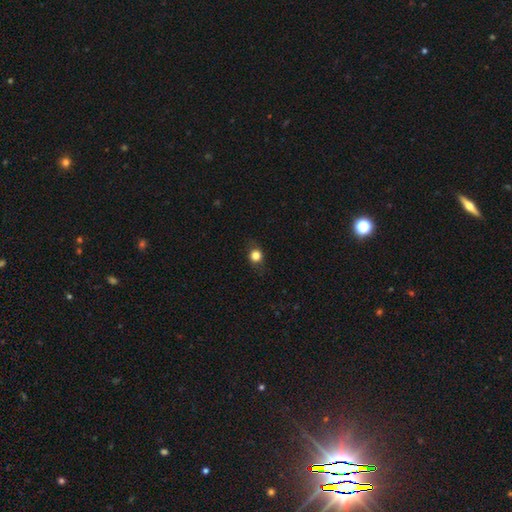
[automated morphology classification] Smooth or featured? smooth (80%)
How rounded? round (81%)
Merging? none (83%)